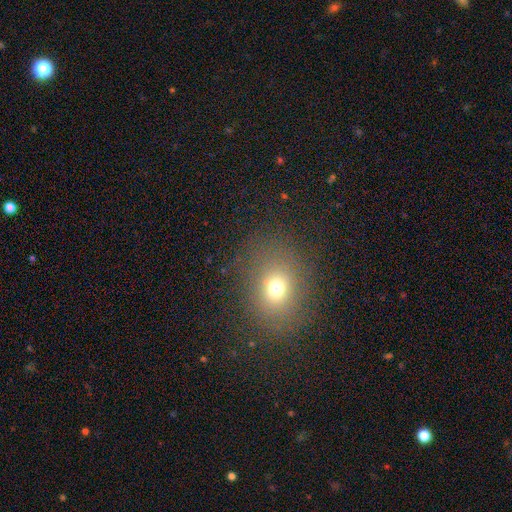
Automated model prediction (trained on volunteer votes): Morphology: type=smooth (67%); roundness=round (55%); merging=none (87%).